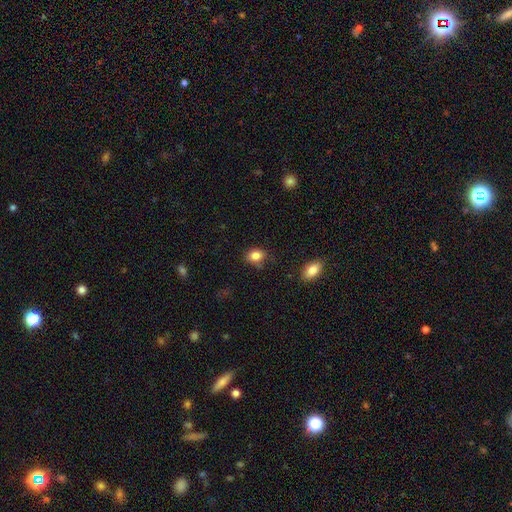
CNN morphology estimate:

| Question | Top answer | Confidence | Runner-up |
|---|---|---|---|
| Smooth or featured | smooth | 84% | star or artifact (10%) |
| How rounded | in between | 55% | round (44%) |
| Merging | none | 69% | minor disturbance (23%) |